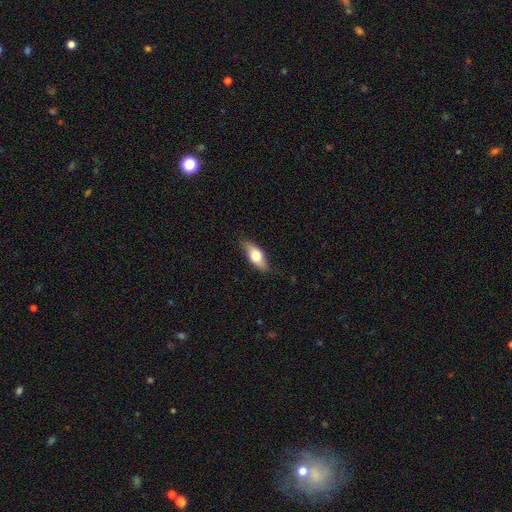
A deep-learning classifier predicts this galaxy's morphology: smooth-or-featured: smooth: 63% | featured or disk: 31% | star or artifact: 6%
  how-rounded: in between: 75% | cigar-shaped: 21% | round: 4%
  merging: none: 80% | minor disturbance: 16% | major disturbance: 3% | merger: 1%